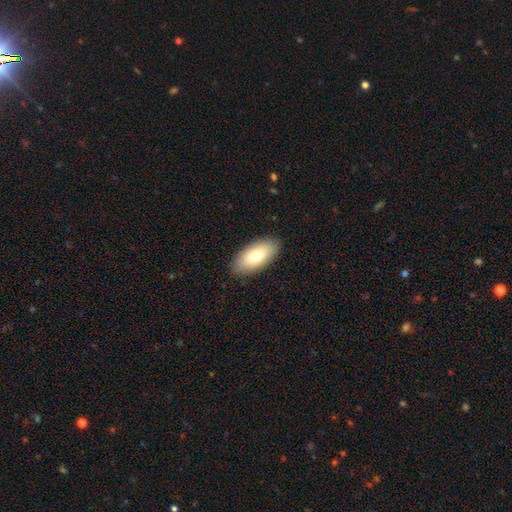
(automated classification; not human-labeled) A smooth galaxy with no disk features (77%) that is in between round and cigar-shaped (92%).

Vote fractions:
- Smooth or featured? smooth: 77% / featured or disk: 17% / star or artifact: 6%
- How rounded? in between: 92% / cigar-shaped: 6% / round: 2%
- Merging? none: 88% / minor disturbance: 9% / major disturbance: 2% / merger: 1%